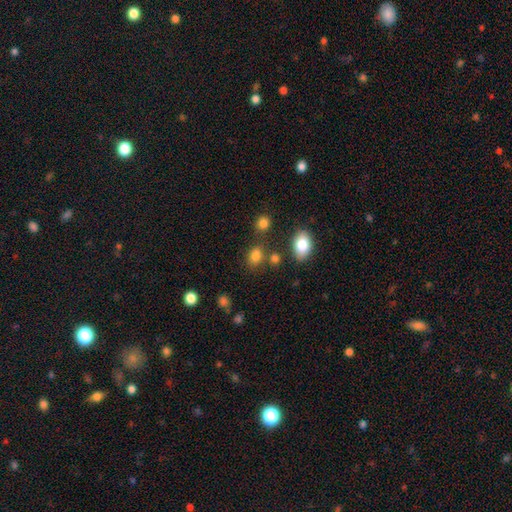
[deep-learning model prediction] A smooth galaxy with no disk features (82%) that is in between round and cigar-shaped (63%). Merging: none (70%).